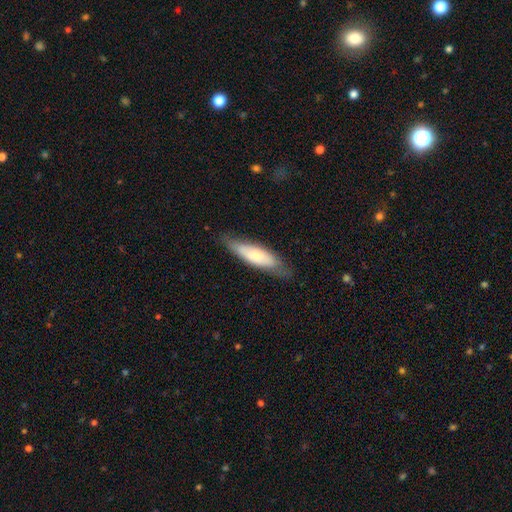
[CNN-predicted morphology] Smooth or featured?
  - smooth: 65% *
  - featured or disk: 29%
  - star or artifact: 6%
How rounded?
  - cigar-shaped: 54% *
  - in between: 44%
  - round: 2%
Merging?
  - none: 74% *
  - minor disturbance: 20%
  - major disturbance: 5%
  - merger: 1%